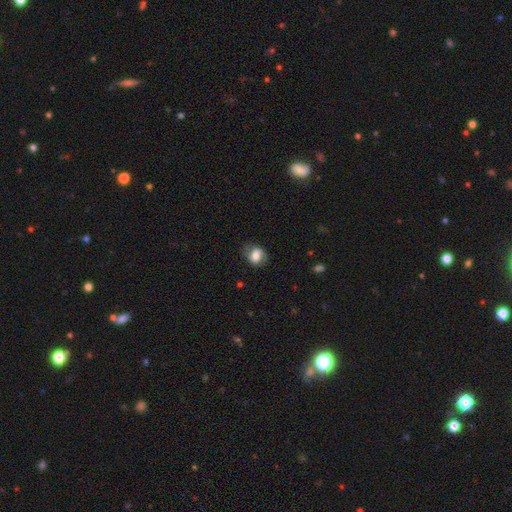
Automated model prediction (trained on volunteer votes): This appears to be a smooth galaxy with no disk features (64%) that is in between round and cigar-shaped (60%). Merging: none (63%).